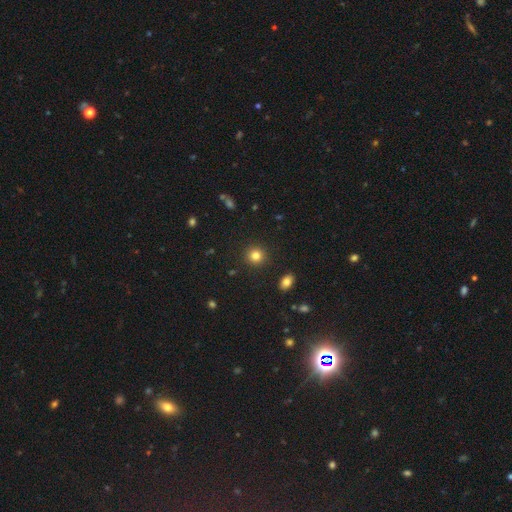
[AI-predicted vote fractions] Morphology: type=smooth (83%); roundness=round (92%); merging=none (92%).